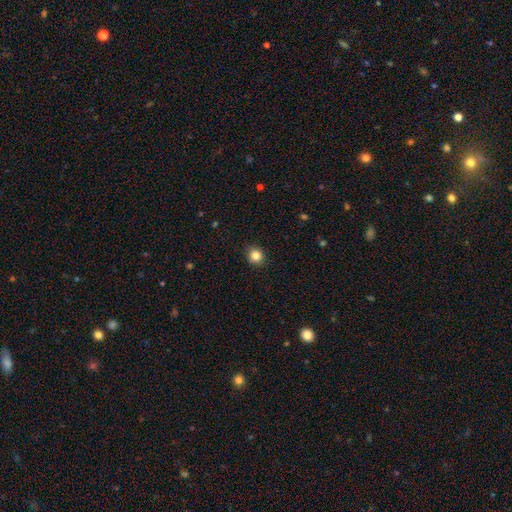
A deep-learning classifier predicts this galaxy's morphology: Smooth or featured?
  - smooth: 84% *
  - star or artifact: 11%
  - featured or disk: 5%
How rounded?
  - round: 85% *
  - in between: 14%
  - cigar-shaped: 1%
Merging?
  - none: 89% *
  - minor disturbance: 8%
  - major disturbance: 2%
  - merger: 1%